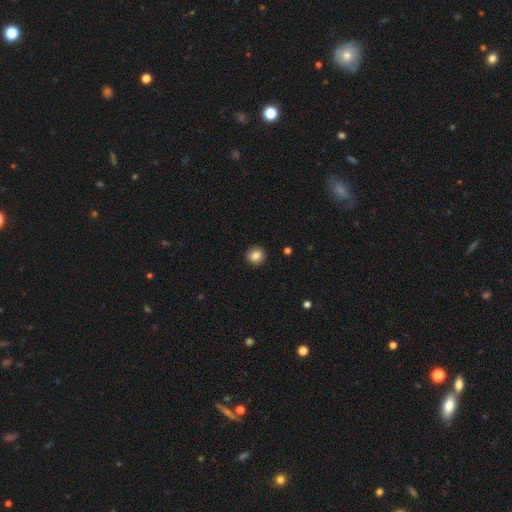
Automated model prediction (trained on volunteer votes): This appears to be a smooth galaxy with no disk features (85%) that is round (86%). Merging: none (92%).